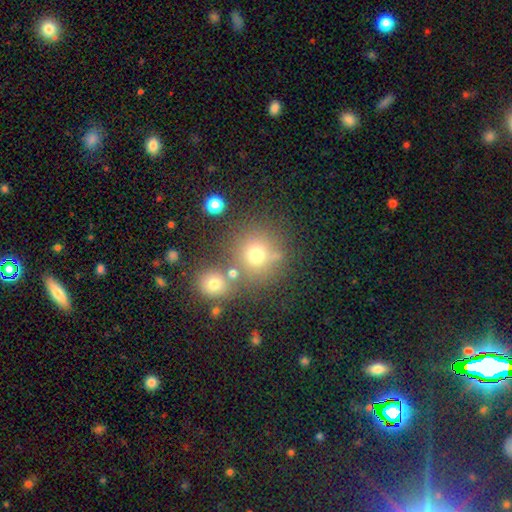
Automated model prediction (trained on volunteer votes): A smooth galaxy with no disk features (68%) that is round (90%). Merging: none (67%).